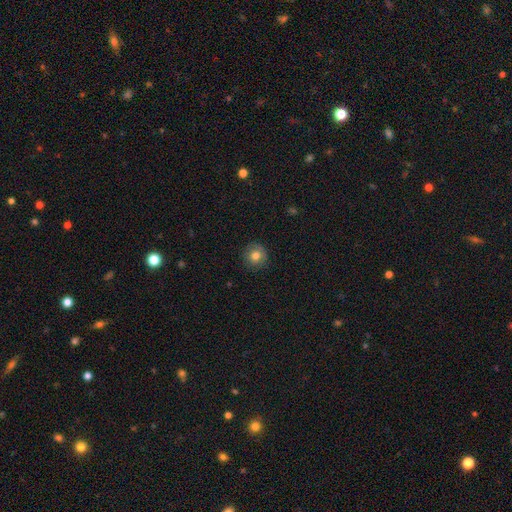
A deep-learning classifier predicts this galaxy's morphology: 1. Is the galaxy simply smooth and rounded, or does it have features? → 79% smooth, 11% featured or disk, 10% star or artifact.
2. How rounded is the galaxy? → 92% round, 7% in between, 1% cigar-shaped.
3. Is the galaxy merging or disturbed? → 87% none, 9% minor disturbance, 2% major disturbance, 1% merger.